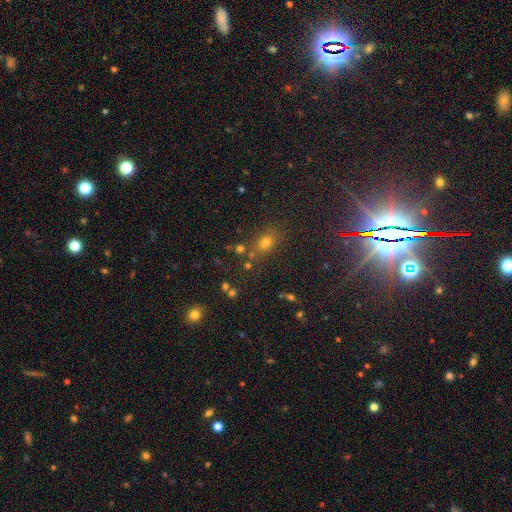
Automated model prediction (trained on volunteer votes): Smooth or featured: star or artifact — 71% (smooth — 19%)